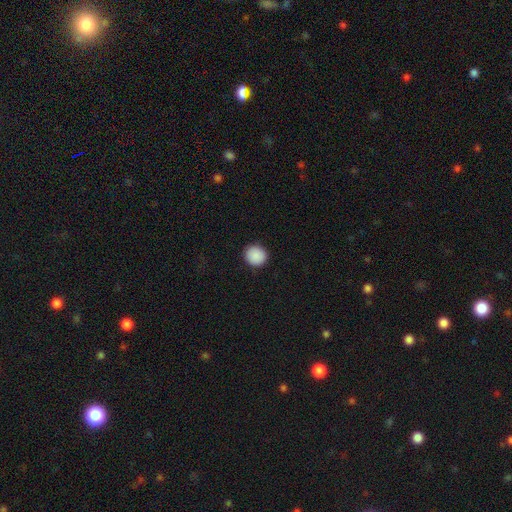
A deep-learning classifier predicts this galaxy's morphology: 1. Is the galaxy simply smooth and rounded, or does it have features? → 90% smooth, 8% star or artifact, 2% featured or disk.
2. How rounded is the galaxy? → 92% round, 7% in between, 1% cigar-shaped.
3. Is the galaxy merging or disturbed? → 92% none, 5% minor disturbance, 2% major disturbance, 1% merger.